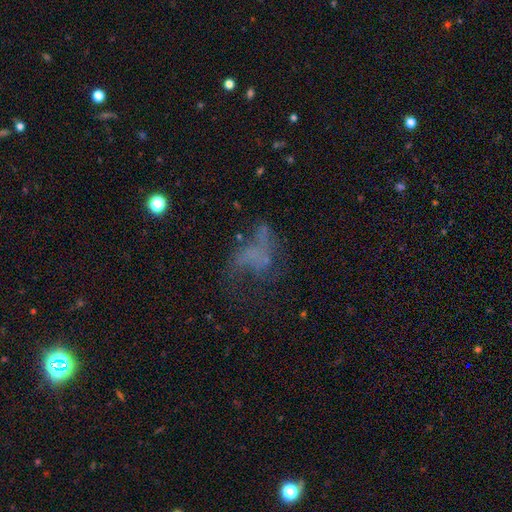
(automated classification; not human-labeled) Smooth or featured? Predicted: featured or disk (p=0.47). Merging? Predicted: major disturbance (p=0.43).